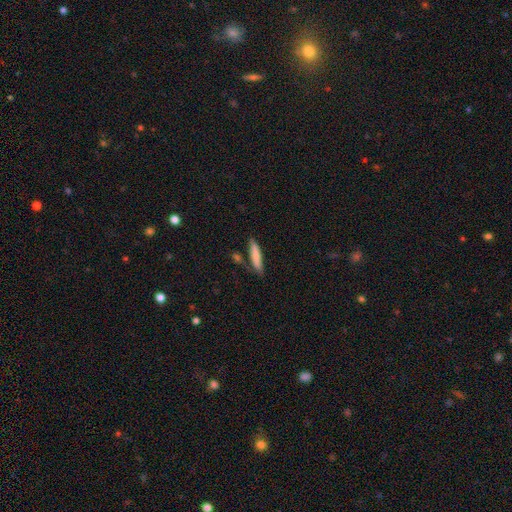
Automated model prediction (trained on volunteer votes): smooth_or_featured: smooth (p=0.77) [alt: featured or disk p=0.17]
how_rounded: cigar-shaped (p=0.85) [alt: in between p=0.13]
merging: none (p=0.73) [alt: minor disturbance p=0.15]